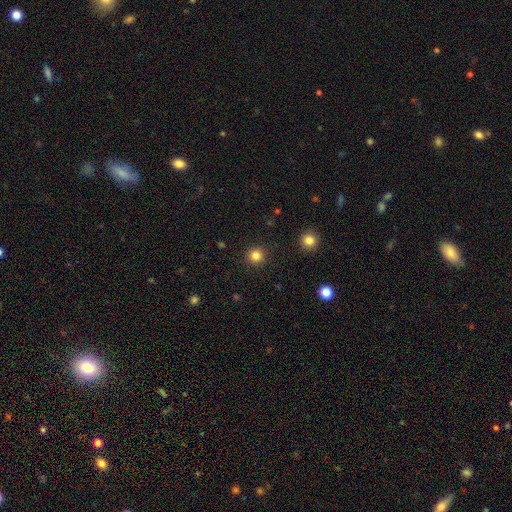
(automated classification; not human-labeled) The model was most divided on "smooth or featured": smooth: 82%, star or artifact: 13%, featured or disk: 5%. More confident: how rounded — round (94%); merging — none (92%).